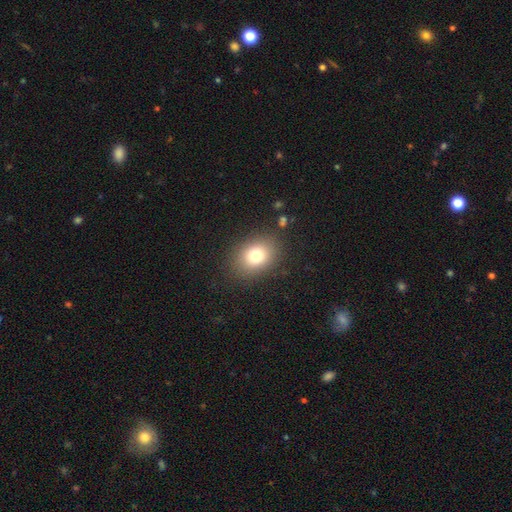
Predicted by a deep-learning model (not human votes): Smooth or featured? Predicted: smooth (p=0.76). How rounded? Predicted: in between (p=0.54). Merging? Predicted: none (p=0.85).